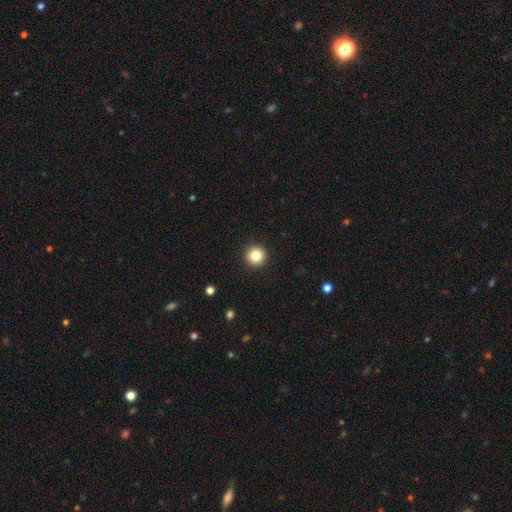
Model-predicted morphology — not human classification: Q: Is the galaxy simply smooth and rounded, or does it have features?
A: smooth — 83%.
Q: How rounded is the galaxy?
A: round — 96%.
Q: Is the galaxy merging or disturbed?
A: none — 93%.